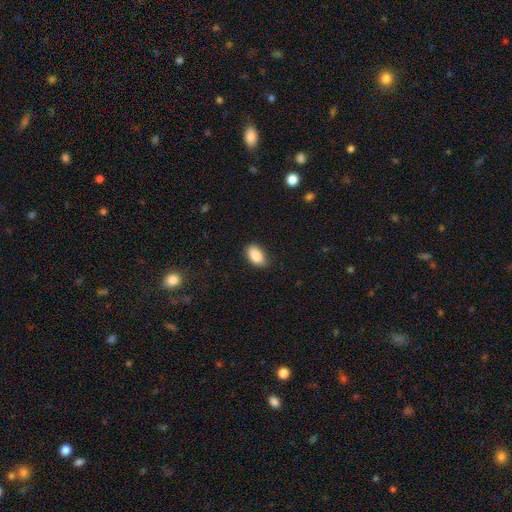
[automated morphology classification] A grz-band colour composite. It shows a smooth galaxy with no disk features (88%) that is in between round and cigar-shaped (92%). Merging: none (82%).